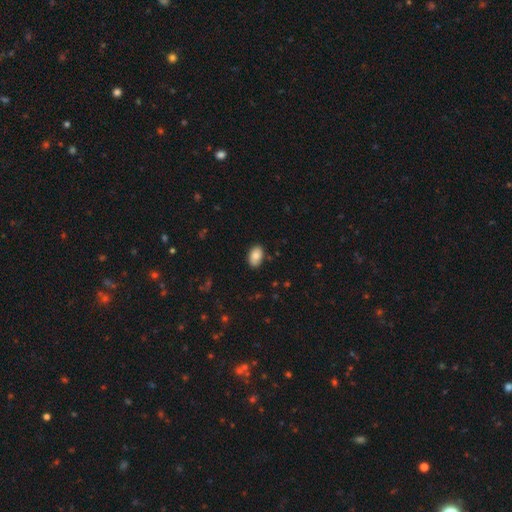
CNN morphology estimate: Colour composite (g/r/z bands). It shows a smooth galaxy with no disk features (86%) that is in between round and cigar-shaped (92%). Merging: none (83%).